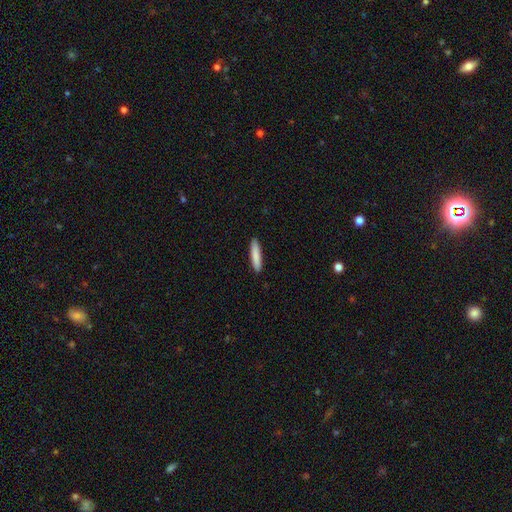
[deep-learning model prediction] smooth 86%, featured or disk 9%, star or artifact 5%. Down the decision tree: how rounded — cigar-shaped (87%); merging — none (91%).